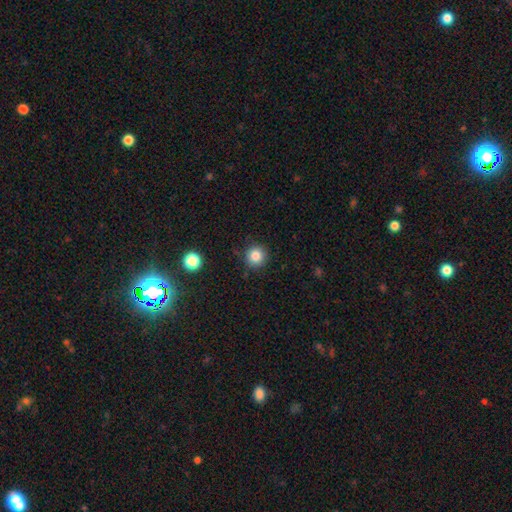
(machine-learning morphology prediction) type=smooth (83%); roundness=round (94%); merging=none (88%).